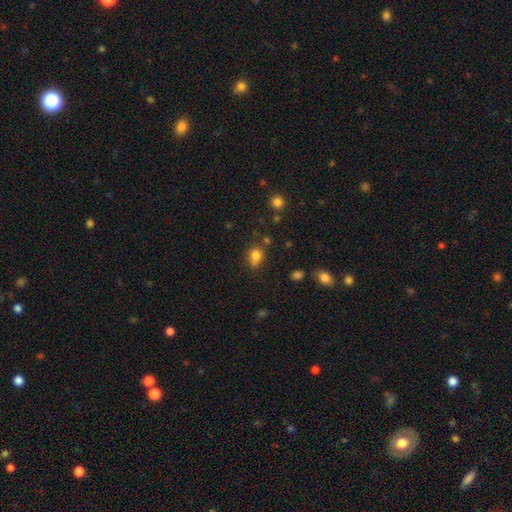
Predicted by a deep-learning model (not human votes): Morphology: type=smooth (79%); roundness=round (66%); merging=none (56%).